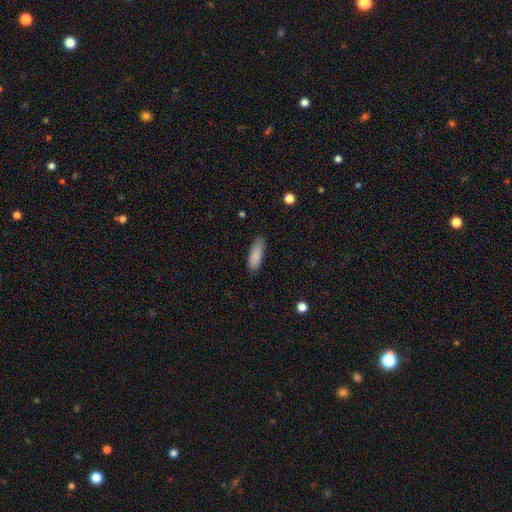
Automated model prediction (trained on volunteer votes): Overall: smooth (87%). How rounded: in between (69%; cigar-shaped 29%). Merging: none (82%).